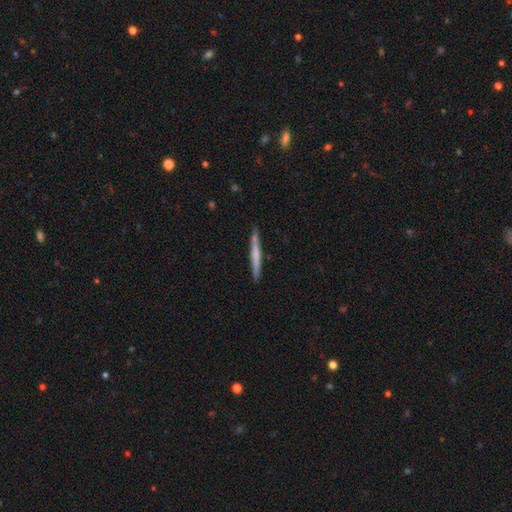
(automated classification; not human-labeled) Q: Smooth or featured?
A: smooth (58%); runner-up: featured or disk (37%)
Q: How rounded?
A: cigar-shaped (96%); runner-up: in between (2%)
Q: Merging?
A: none (85%); runner-up: minor disturbance (11%)